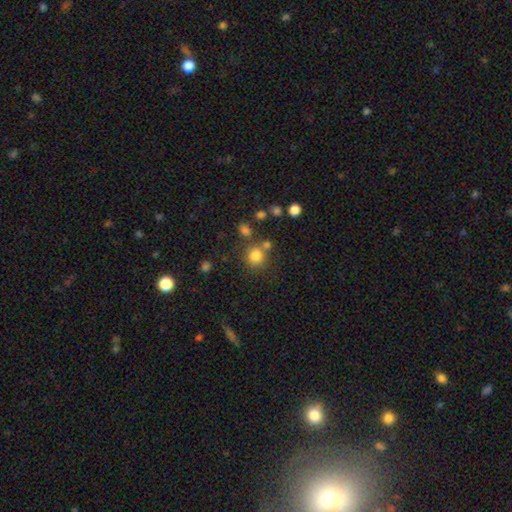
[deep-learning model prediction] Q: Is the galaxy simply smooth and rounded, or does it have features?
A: smooth — 80%.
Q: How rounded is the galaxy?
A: round — 89%.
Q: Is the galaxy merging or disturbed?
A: none — 70%.